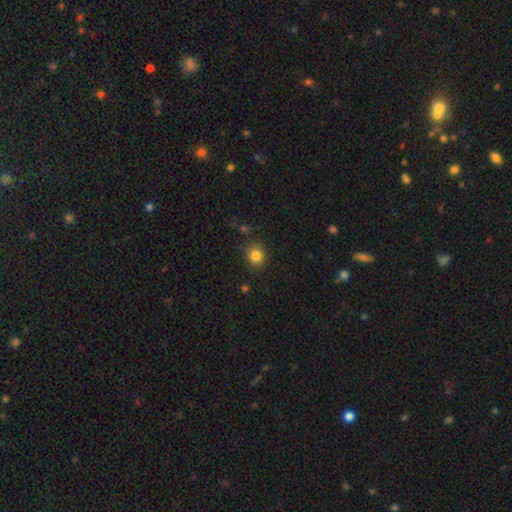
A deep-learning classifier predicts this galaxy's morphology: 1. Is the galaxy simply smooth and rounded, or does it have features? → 83% smooth, 11% star or artifact, 5% featured or disk.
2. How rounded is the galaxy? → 83% round, 16% in between, 1% cigar-shaped.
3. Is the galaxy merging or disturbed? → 86% none, 9% minor disturbance, 3% major disturbance, 2% merger.